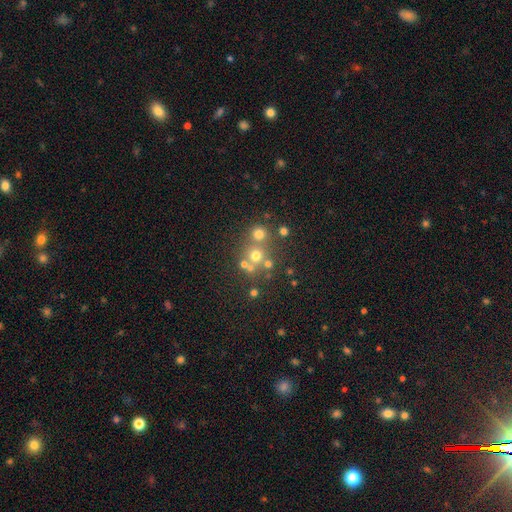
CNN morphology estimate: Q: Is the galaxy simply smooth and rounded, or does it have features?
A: smooth — 60%.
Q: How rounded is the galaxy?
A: round — 89%.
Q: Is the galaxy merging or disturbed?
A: none — 57%.